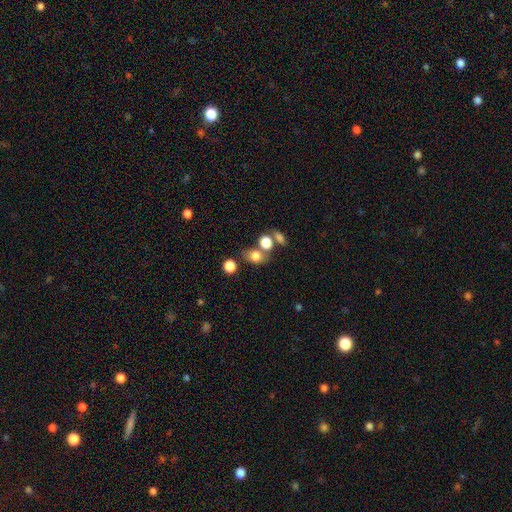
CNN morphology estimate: This appears to be a smooth galaxy with no disk features (77%) that is in between round and cigar-shaped (53%). Merging: none (54%).